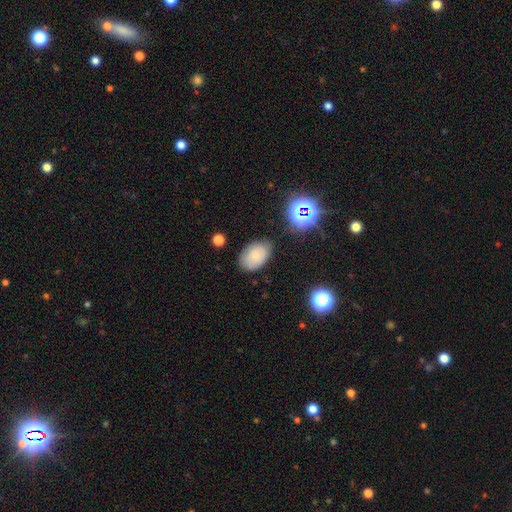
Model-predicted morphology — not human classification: The model was most divided on "merging": none: 76%, minor disturbance: 18%, major disturbance: 4%, merger: 2%. More confident: how rounded — in between (88%); smooth or featured — smooth (78%).